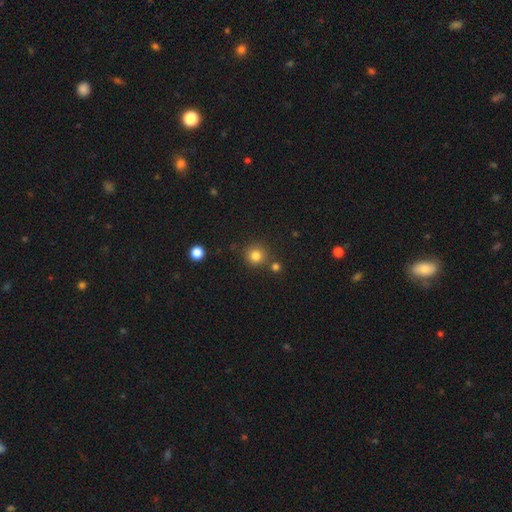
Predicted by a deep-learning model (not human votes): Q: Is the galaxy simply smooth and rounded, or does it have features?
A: smooth — 82%.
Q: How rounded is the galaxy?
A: round — 92%.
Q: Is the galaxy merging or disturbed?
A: none — 80%.